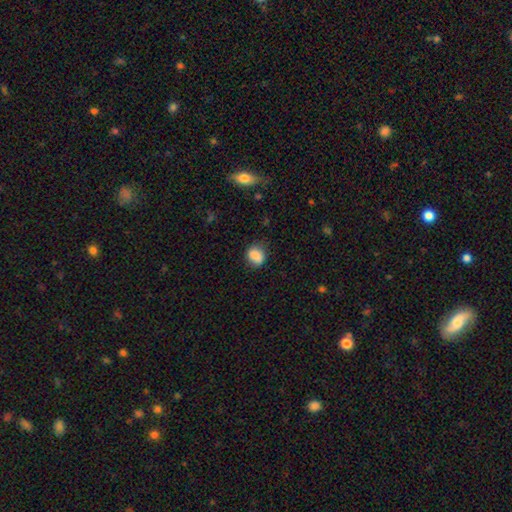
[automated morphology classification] smooth-or-featured: smooth: 83% | star or artifact: 9% | featured or disk: 8%
  how-rounded: round: 62% | in between: 37% | cigar-shaped: 1%
  merging: none: 72% | minor disturbance: 21% | major disturbance: 5% | merger: 2%